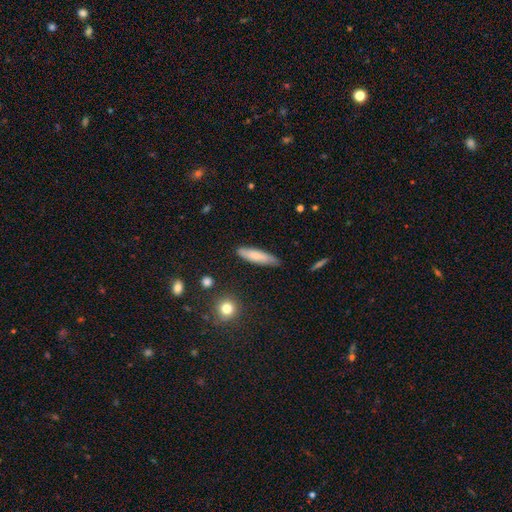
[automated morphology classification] Q: Smooth or featured?
A: smooth (75%); runner-up: featured or disk (19%)
Q: How rounded?
A: cigar-shaped (78%); runner-up: in between (20%)
Q: Merging?
A: none (82%); runner-up: minor disturbance (14%)